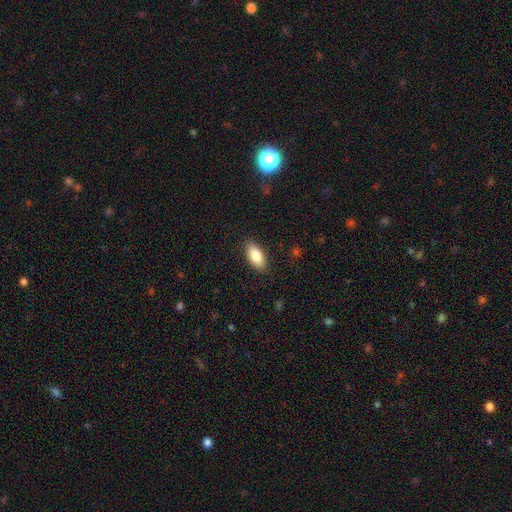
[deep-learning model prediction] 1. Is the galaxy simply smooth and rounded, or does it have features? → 84% smooth, 9% featured or disk, 6% star or artifact.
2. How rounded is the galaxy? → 88% in between, 10% cigar-shaped, 2% round.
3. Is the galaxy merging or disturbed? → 87% none, 10% minor disturbance, 2% major disturbance, 1% merger.